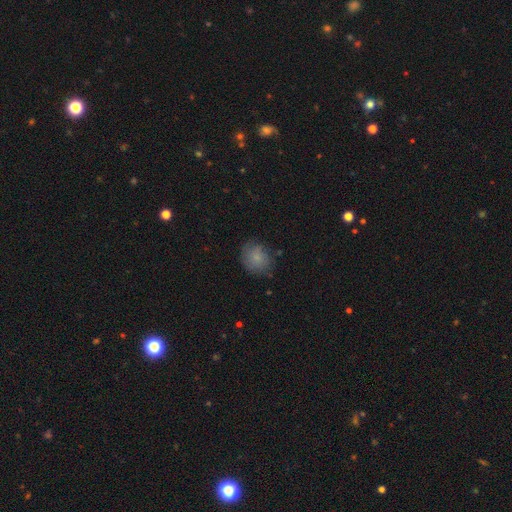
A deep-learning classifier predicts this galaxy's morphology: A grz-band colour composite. It shows a smooth galaxy with no disk features (77%) that is round (68%). Merging: none (69%).